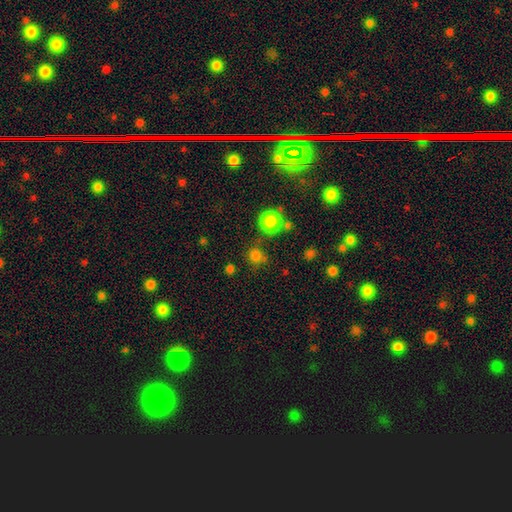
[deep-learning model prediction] smooth-or-featured: smooth: 80% | star or artifact: 16% | featured or disk: 4%
  how-rounded: round: 89% | in between: 10% | cigar-shaped: 1%
  merging: none: 76% | minor disturbance: 11% | merger: 9% | major disturbance: 5%